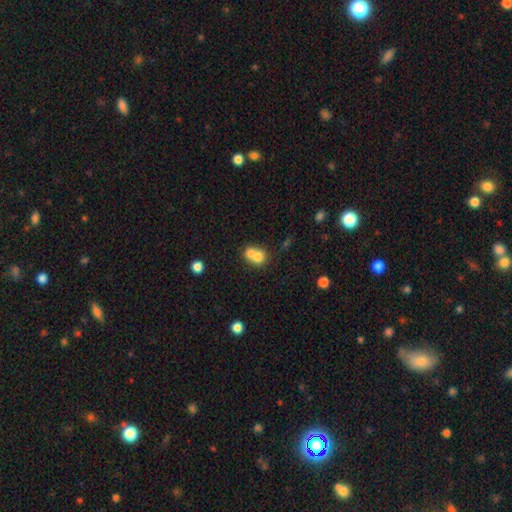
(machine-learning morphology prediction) smooth_or_featured: smooth (p=0.72) [alt: featured or disk p=0.18]
how_rounded: round (p=0.70) [alt: in between p=0.29]
merging: merger (p=0.67) [alt: none p=0.25]